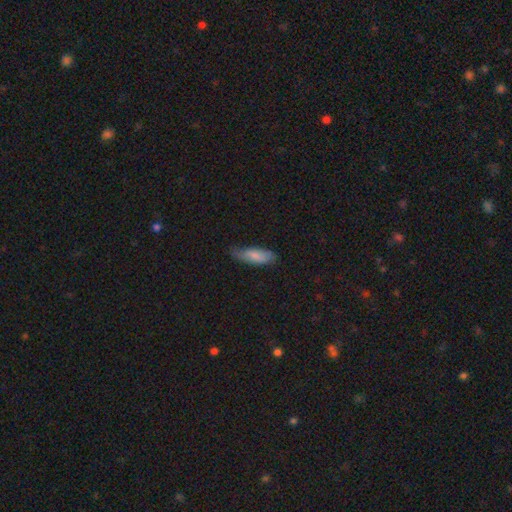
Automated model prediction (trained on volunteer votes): smooth 79%, featured or disk 15%, star or artifact 6%. Down the decision tree: how rounded — in between (64%); merging — none (60%).